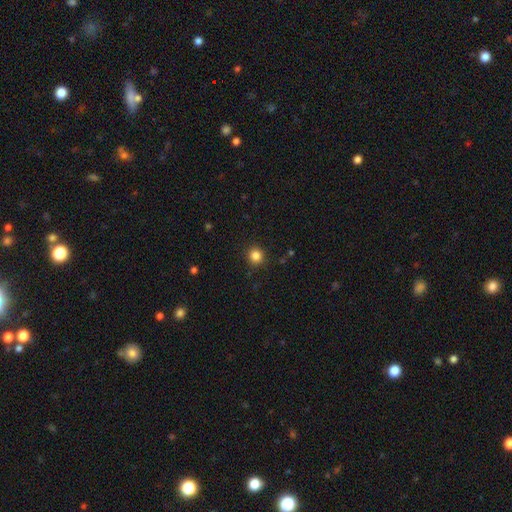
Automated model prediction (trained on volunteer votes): Smooth or featured: smooth — 84% (star or artifact — 11%)
How rounded: round — 92% (in between — 7%)
Merging: none — 91% (minor disturbance — 6%)